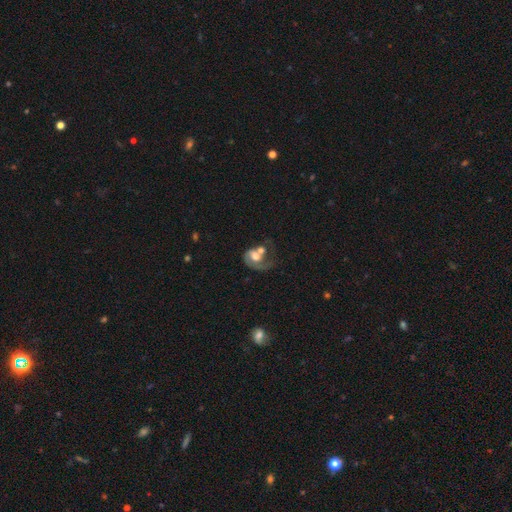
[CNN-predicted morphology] This appears to be a featured or disk galaxy (66%) with no bar (69%), 1 (71%) loose (36%) spiral arms (78%) and a moderate central bulge (49%). Merging: merger (48%).